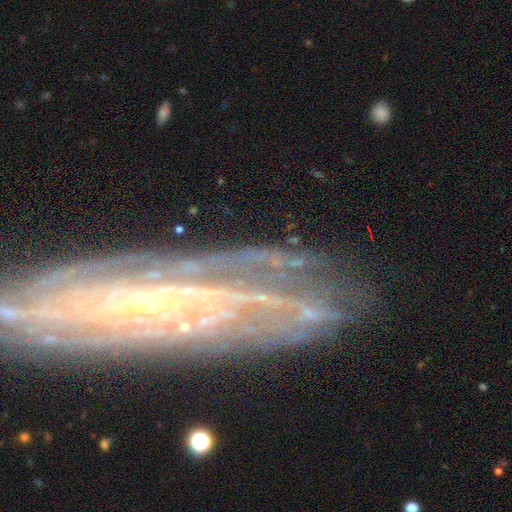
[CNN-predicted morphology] smooth_or_featured: featured or disk (p=0.75) [alt: star or artifact p=0.14]
disk_edge_on: no (p=0.84) [alt: yes p=0.16]
bar: no (p=0.54) [alt: weak p=0.28]
has_spiral_arms: yes (p=0.83) [alt: no p=0.17]
spiral_winding: tight (p=0.61) [alt: medium p=0.27]
spiral_arm_count: can't tell (p=0.40) [alt: 2 p=0.21]
bulge_size: small (p=0.59) [alt: moderate p=0.26]
merging: none (p=0.67) [alt: minor disturbance p=0.18]